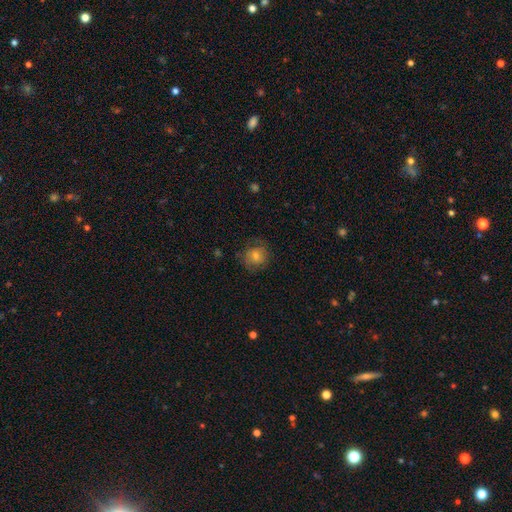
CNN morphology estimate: Smooth or featured?
  - smooth: 50% *
  - featured or disk: 38%
  - star or artifact: 12%
How rounded?
  - round: 85% *
  - in between: 14%
  - cigar-shaped: 1%
Merging?
  - none: 74% *
  - minor disturbance: 16%
  - major disturbance: 8%
  - merger: 1%